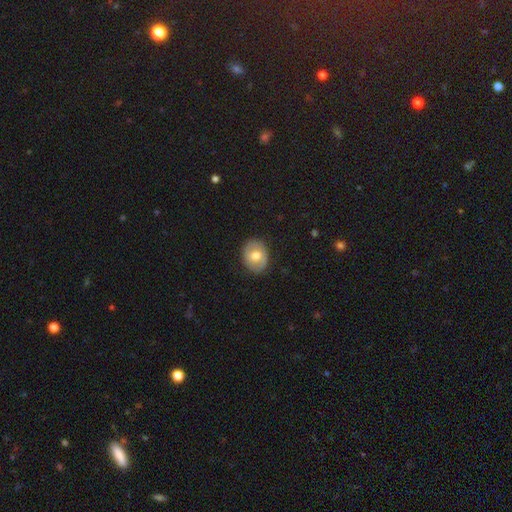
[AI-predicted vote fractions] Q: Smooth or featured?
A: smooth (60%); runner-up: featured or disk (33%)
Q: How rounded?
A: round (55%); runner-up: in between (45%)
Q: Merging?
A: none (85%); runner-up: minor disturbance (11%)